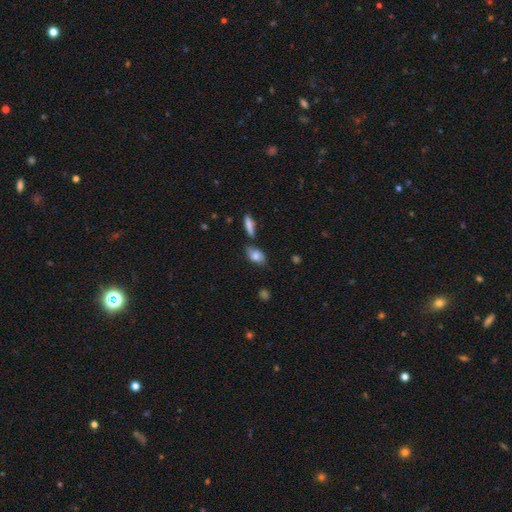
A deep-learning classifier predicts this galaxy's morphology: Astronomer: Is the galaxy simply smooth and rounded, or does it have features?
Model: smooth — 78%.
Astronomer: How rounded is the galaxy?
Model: in between — 85%.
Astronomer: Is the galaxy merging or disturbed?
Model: none — 61%.